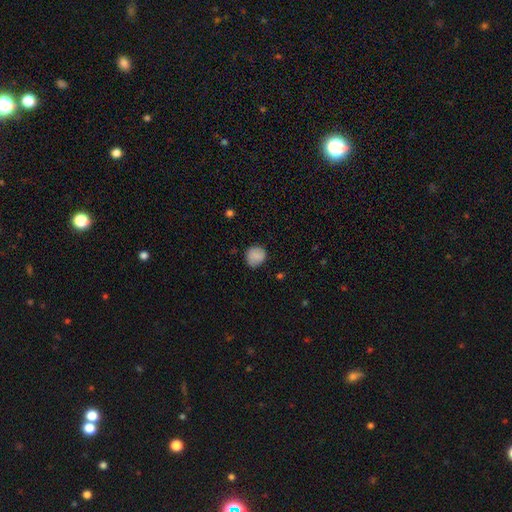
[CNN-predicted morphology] Q: Smooth or featured?
A: smooth (86%); runner-up: star or artifact (8%)
Q: How rounded?
A: round (85%); runner-up: in between (14%)
Q: Merging?
A: none (80%); runner-up: minor disturbance (15%)